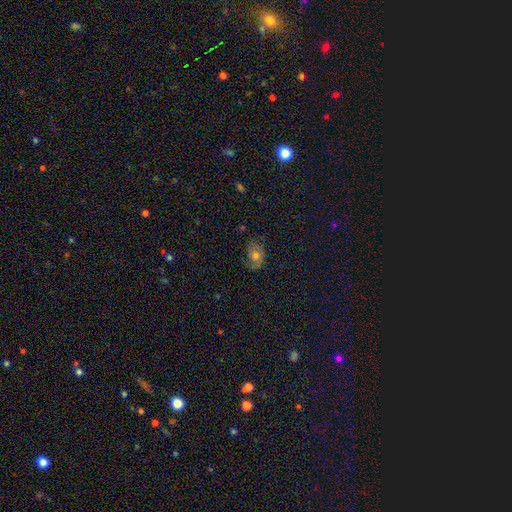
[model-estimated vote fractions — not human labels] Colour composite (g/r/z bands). It shows a smooth galaxy with no disk features (59%) that is in between round and cigar-shaped (74%). Merging: none (68%).